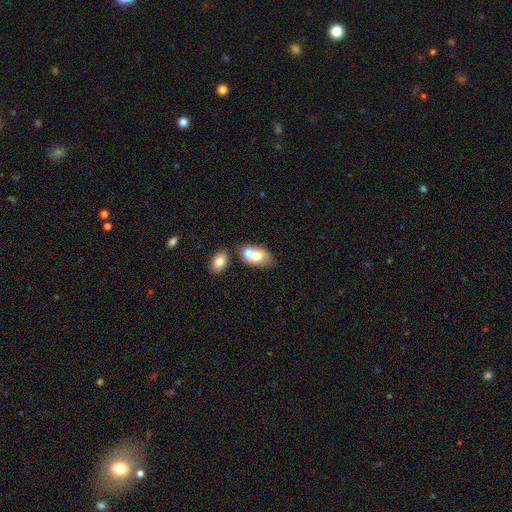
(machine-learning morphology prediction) Q: Smooth or featured?
A: smooth (68%); runner-up: featured or disk (23%)
Q: How rounded?
A: in between (77%); runner-up: round (21%)
Q: Merging?
A: merger (51%); runner-up: none (33%)